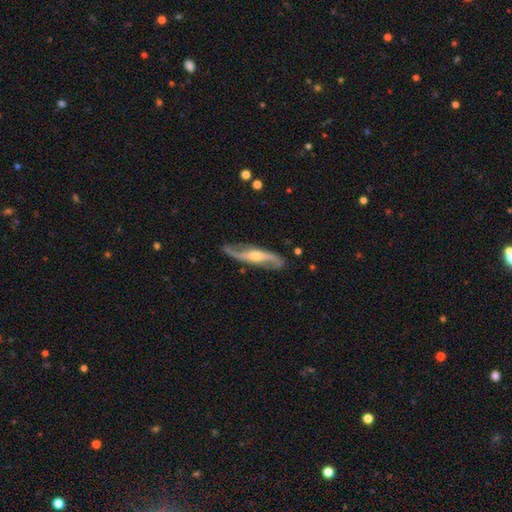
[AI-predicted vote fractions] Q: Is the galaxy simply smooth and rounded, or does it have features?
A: featured or disk — 86%.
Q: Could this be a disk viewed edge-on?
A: no — 73%.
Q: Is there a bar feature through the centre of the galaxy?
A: no — 42%.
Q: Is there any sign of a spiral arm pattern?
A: yes — 95%.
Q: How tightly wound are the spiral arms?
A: loose — 52%.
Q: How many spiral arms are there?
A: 2 — 91%.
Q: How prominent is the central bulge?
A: moderate — 58%.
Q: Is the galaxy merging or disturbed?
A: none — 79%.